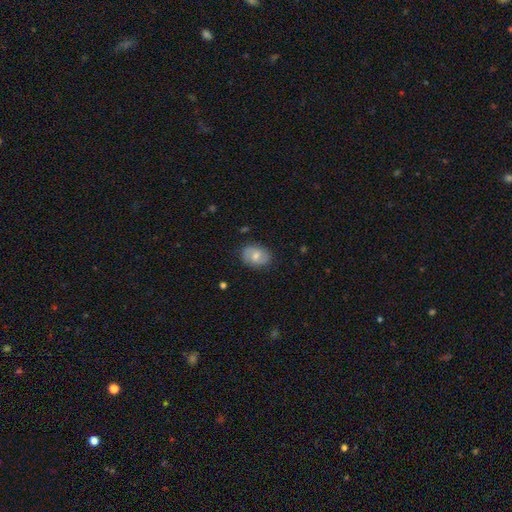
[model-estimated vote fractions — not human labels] A smooth galaxy with no disk features (55%) that is in between round and cigar-shaped (67%). Merging: none (81%).